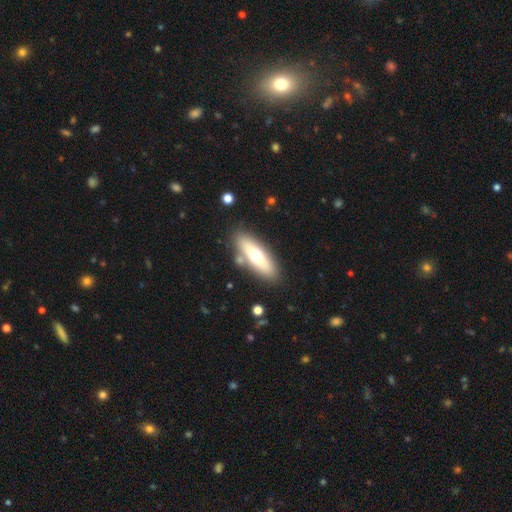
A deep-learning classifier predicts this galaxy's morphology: Smooth or featured: smooth — 57% (featured or disk — 37%)
How rounded: in between — 52% (cigar-shaped — 45%)
Merging: none — 81% (minor disturbance — 10%)